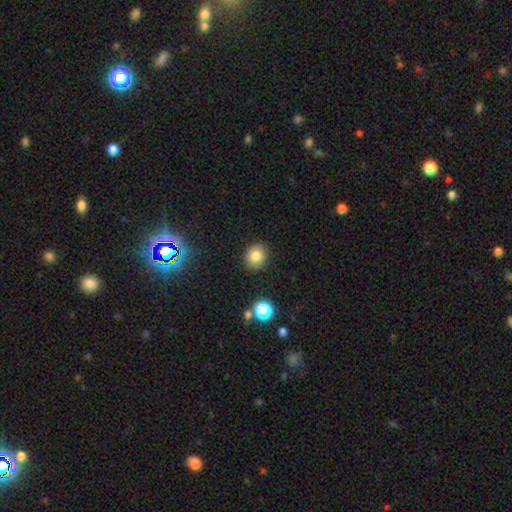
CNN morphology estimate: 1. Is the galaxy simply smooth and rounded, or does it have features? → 80% smooth, 12% star or artifact, 8% featured or disk.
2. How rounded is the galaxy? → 80% round, 19% in between, 1% cigar-shaped.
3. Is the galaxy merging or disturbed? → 89% none, 7% minor disturbance, 2% major disturbance, 2% merger.